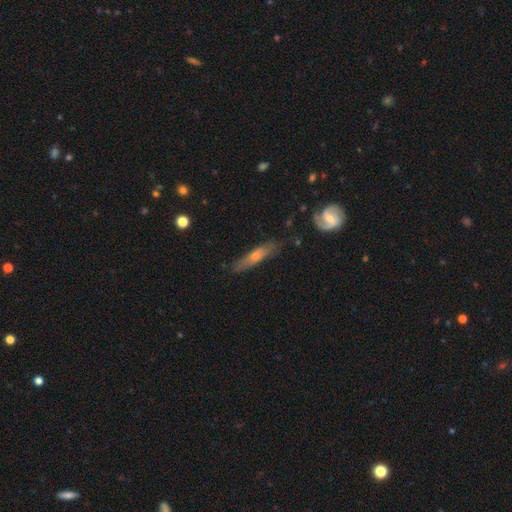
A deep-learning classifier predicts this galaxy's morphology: Overall: featured or disk (49%; smooth 44%). Merging: none (76%).